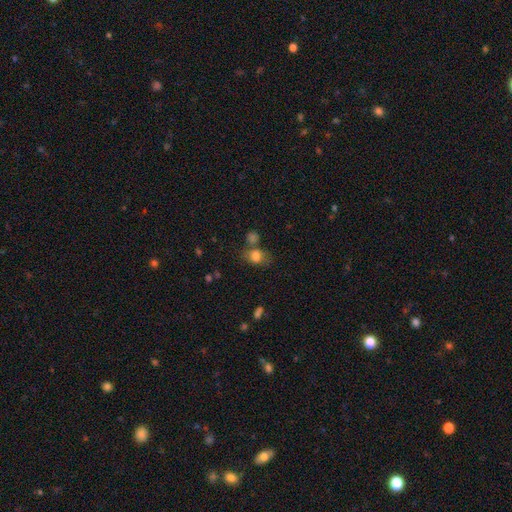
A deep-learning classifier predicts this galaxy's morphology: This appears to be a smooth galaxy with no disk features (75%) that is in between round and cigar-shaped (66%). Merging: none (48%).